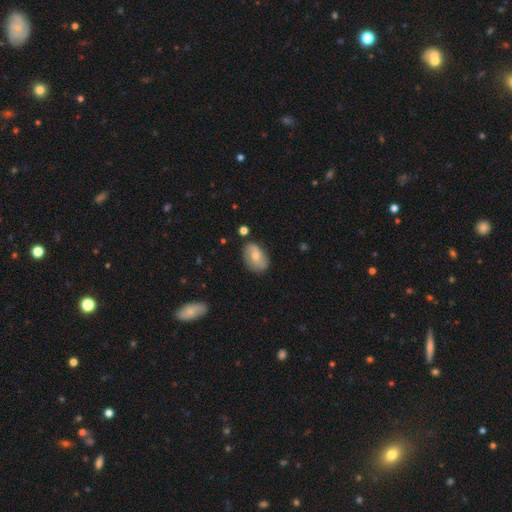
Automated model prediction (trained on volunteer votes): Smooth or featured? smooth (62%)
How rounded? in between (86%)
Merging? none (70%)